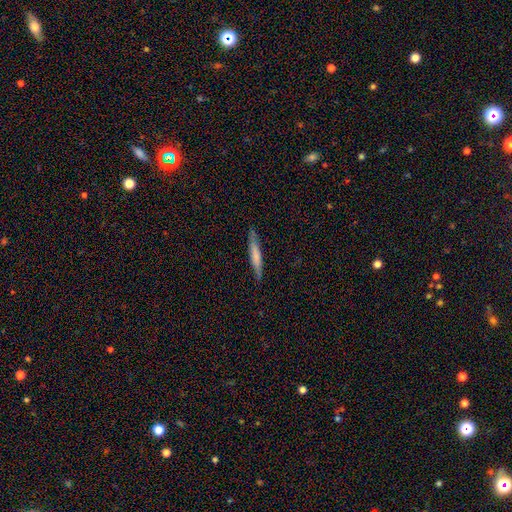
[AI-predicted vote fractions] Smooth or featured? Predicted: smooth (p=0.63). How rounded? Predicted: cigar-shaped (p=0.94). Merging? Predicted: none (p=0.85).